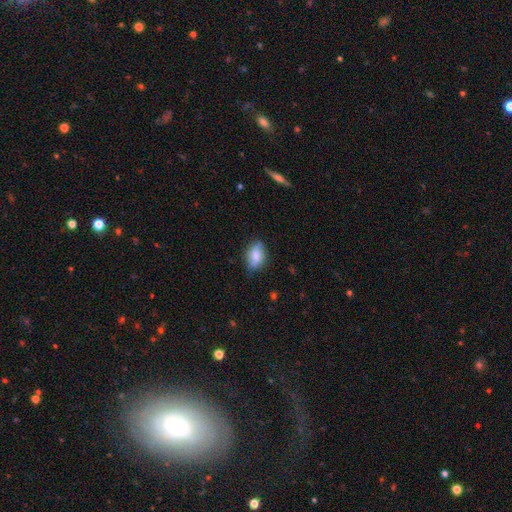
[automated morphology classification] Smooth or featured: smooth — 66% (featured or disk — 27%)
How rounded: in between — 82% (round — 10%)
Merging: none — 76% (minor disturbance — 19%)